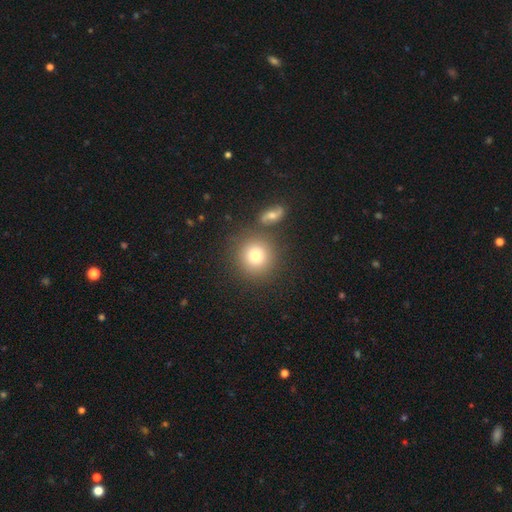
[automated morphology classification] smooth-or-featured: smooth: 78% | star or artifact: 11% | featured or disk: 11%
  how-rounded: round: 92% | in between: 7% | cigar-shaped: 1%
  merging: none: 77% | merger: 11% | minor disturbance: 8% | major disturbance: 3%